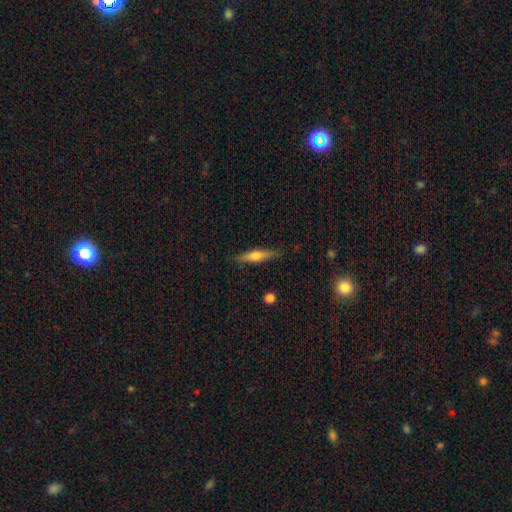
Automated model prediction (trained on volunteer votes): smooth 48%, featured or disk 45%, star or artifact 6%. Down the decision tree: merging — none (86%).